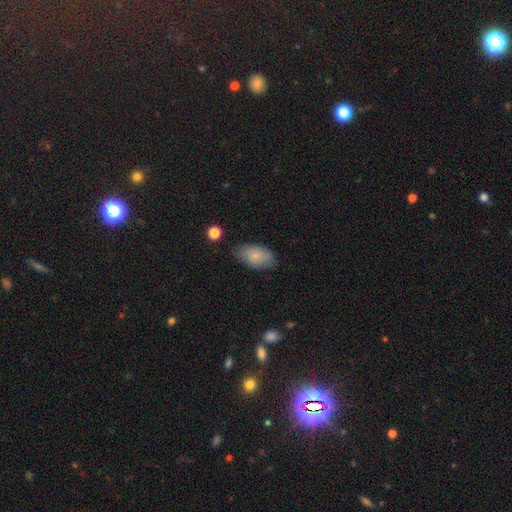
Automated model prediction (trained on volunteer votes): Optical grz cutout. It shows a smooth galaxy with no disk features (78%) that is in between round and cigar-shaped (93%). Merging: none (75%).